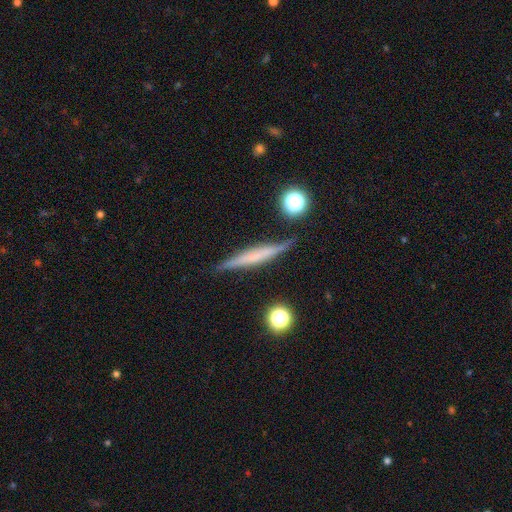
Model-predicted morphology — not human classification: This is possibly a featured or disk galaxy (57%). It is clearly viewed edge-on (96%). Edge-on bulge: possibly none (56%). Merging: clearly none (84%).